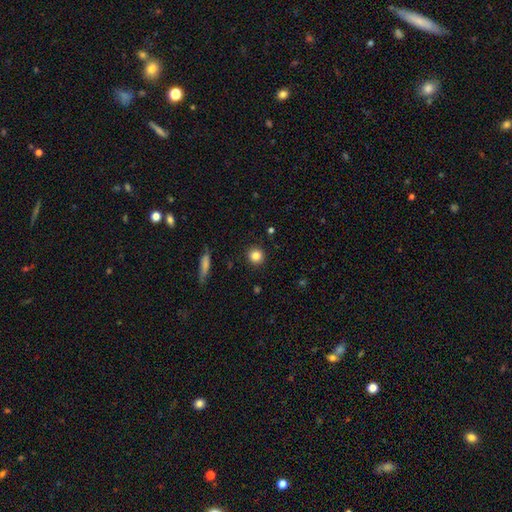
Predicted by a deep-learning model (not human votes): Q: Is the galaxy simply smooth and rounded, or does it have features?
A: smooth — 84%.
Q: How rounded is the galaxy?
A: round — 93%.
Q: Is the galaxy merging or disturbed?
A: none — 91%.